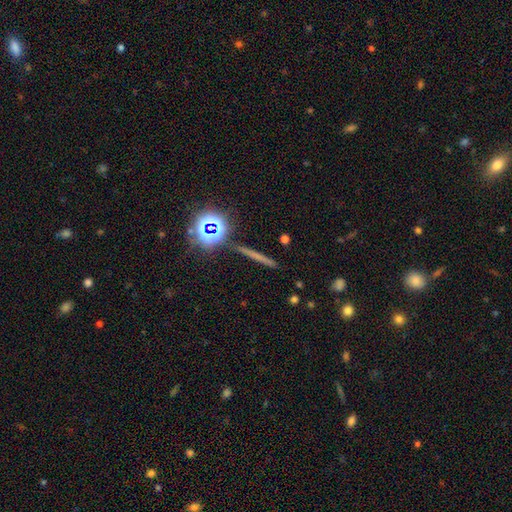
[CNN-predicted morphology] A smooth galaxy with no disk features (40%). Merging: none (90%).